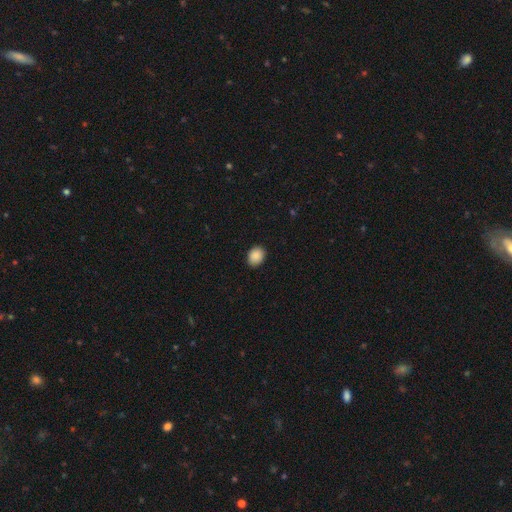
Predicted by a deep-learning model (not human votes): smooth 90%, star or artifact 8%, featured or disk 3%. Down the decision tree: how rounded — in between (51%); merging — none (88%).